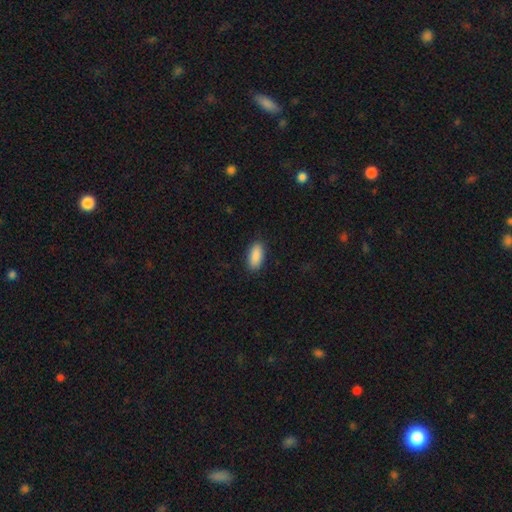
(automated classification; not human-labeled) smooth-or-featured: smooth: 90% | star or artifact: 6% | featured or disk: 3%
  how-rounded: in between: 90% | cigar-shaped: 8% | round: 2%
  merging: none: 88% | minor disturbance: 9% | major disturbance: 2% | merger: 1%